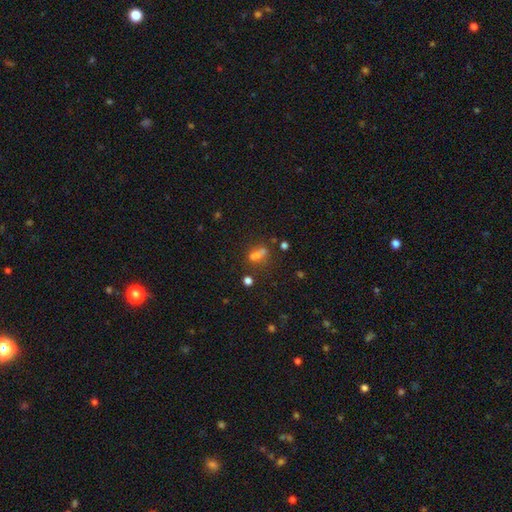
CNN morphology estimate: Smooth or featured?
  - smooth: 59% *
  - star or artifact: 21%
  - featured or disk: 20%
How rounded?
  - in between: 57% *
  - round: 26%
  - cigar-shaped: 17%
Merging?
  - none: 44% *
  - merger: 30%
  - minor disturbance: 15%
  - major disturbance: 11%